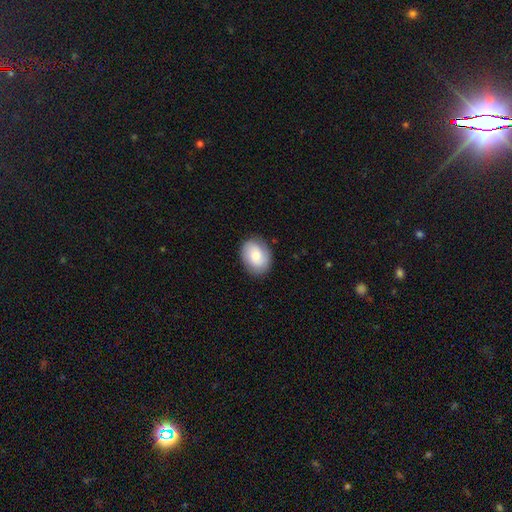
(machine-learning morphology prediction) Q: Smooth or featured?
A: smooth (72%); runner-up: featured or disk (21%)
Q: How rounded?
A: in between (67%); runner-up: round (32%)
Q: Merging?
A: none (85%); runner-up: minor disturbance (11%)